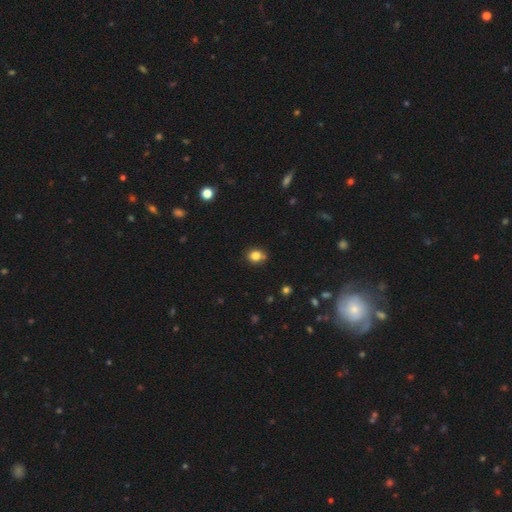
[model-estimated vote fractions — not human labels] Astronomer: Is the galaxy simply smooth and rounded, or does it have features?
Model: smooth — 82%.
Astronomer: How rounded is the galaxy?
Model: round — 72%.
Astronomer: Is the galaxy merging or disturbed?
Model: none — 76%.